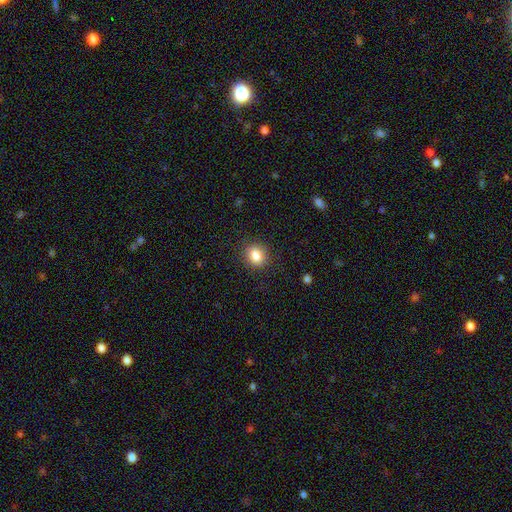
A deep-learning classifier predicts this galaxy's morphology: This appears to be a smooth galaxy with no disk features (84%) that is round (65%). Merging: none (88%).